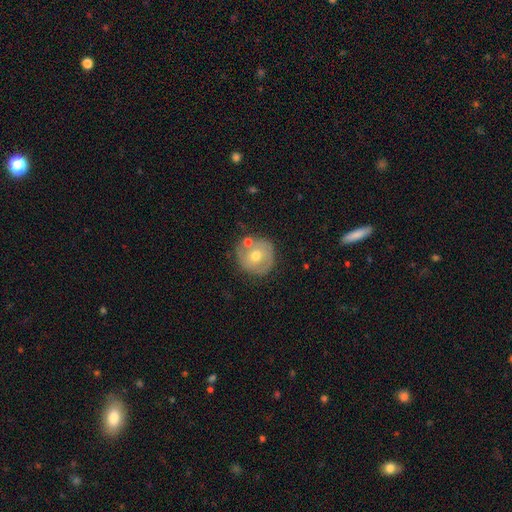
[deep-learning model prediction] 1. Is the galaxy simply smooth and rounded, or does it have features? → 47% featured or disk, 45% smooth, 7% star or artifact.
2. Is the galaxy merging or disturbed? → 66% none, 16% minor disturbance, 13% merger, 5% major disturbance.